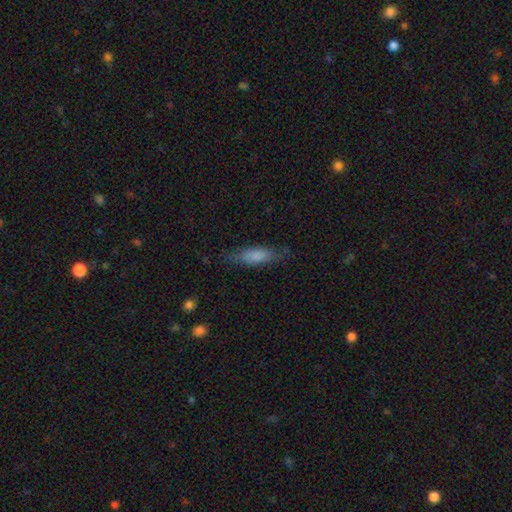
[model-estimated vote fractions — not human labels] Smooth or featured? smooth (73%)
How rounded? cigar-shaped (56%)
Merging? none (73%)